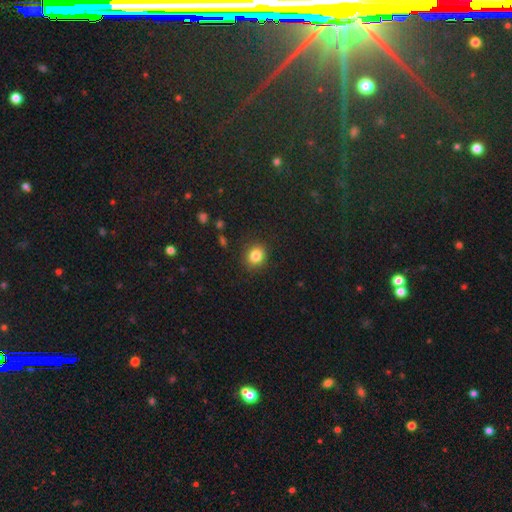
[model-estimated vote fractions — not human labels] Overall: smooth (84%). How rounded: round (71%). Merging: none (88%).